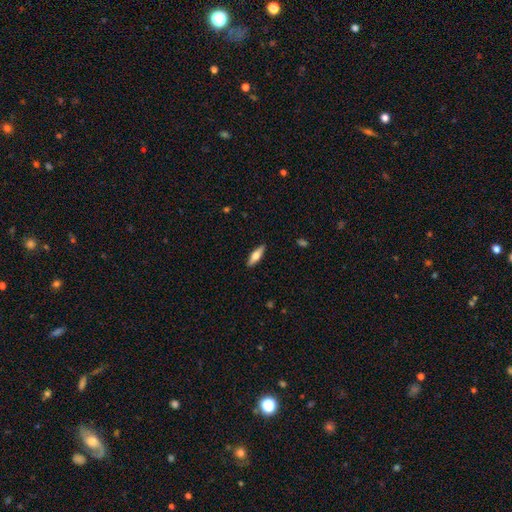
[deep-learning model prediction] Smooth or featured? smooth (58%)
How rounded? cigar-shaped (54%)
Merging? none (89%)